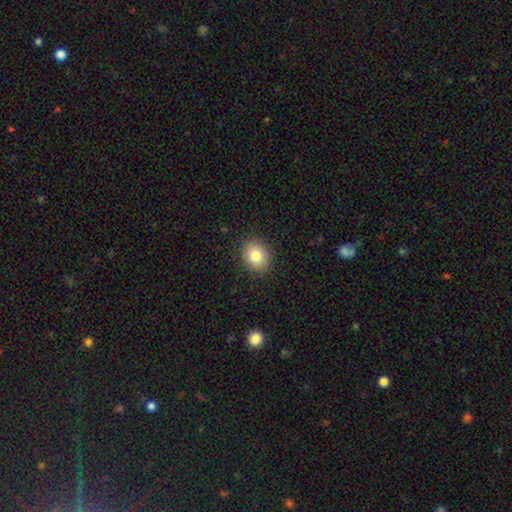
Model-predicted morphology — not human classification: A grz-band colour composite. It shows a smooth galaxy with no disk features (83%) that is round (58%). Merging: none (89%).